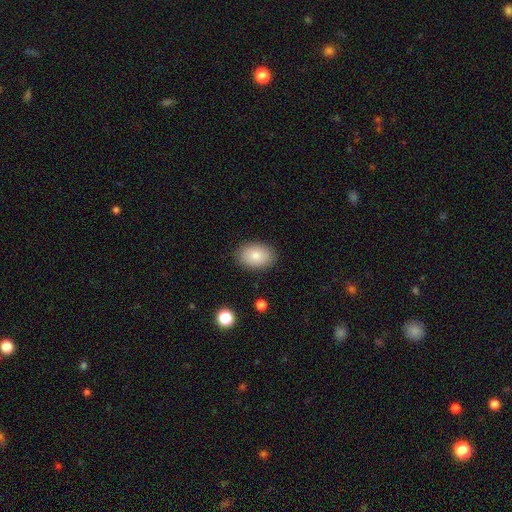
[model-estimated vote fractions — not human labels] Smooth or featured?
  - smooth: 82% *
  - featured or disk: 10%
  - star or artifact: 8%
How rounded?
  - in between: 82% *
  - round: 17%
  - cigar-shaped: 1%
Merging?
  - none: 87% *
  - minor disturbance: 9%
  - major disturbance: 2%
  - merger: 1%